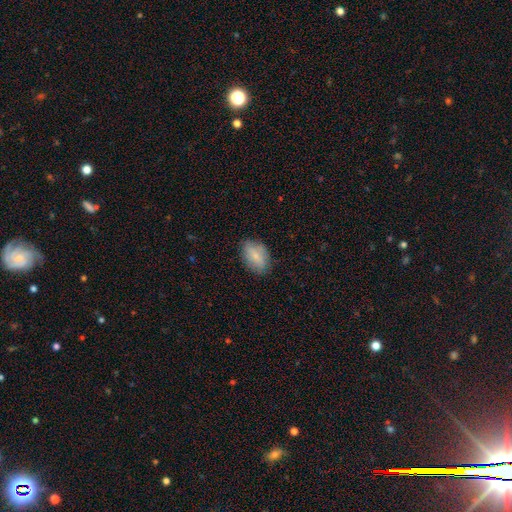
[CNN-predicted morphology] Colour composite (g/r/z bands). It shows a smooth galaxy with no disk features (80%) that is in between round and cigar-shaped (88%). Merging: none (80%).